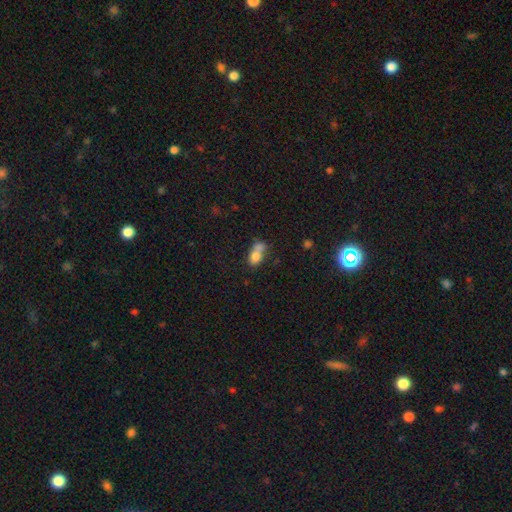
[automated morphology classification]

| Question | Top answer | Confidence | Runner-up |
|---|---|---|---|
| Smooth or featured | smooth | 75% | featured or disk (15%) |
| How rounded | in between | 73% | round (24%) |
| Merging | merger | 55% | none (25%) |